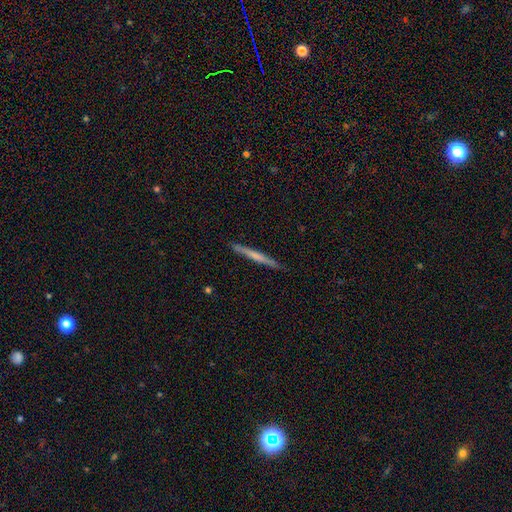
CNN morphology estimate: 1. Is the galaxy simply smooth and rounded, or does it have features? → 48% smooth, 47% featured or disk, 5% star or artifact.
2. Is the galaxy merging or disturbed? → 90% none, 8% minor disturbance, 1% major disturbance, 1% merger.